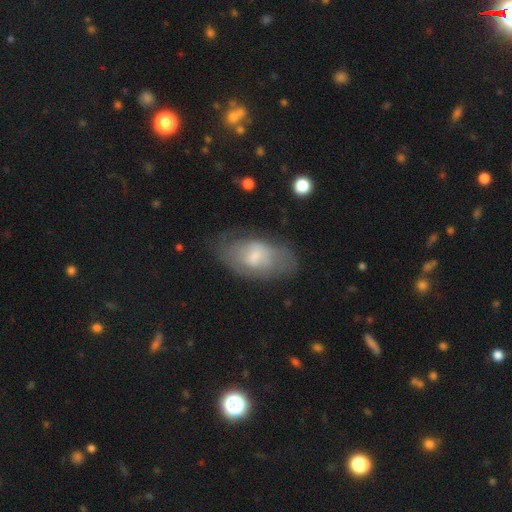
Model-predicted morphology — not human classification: The model was most divided on "smooth or featured": smooth: 47%, featured or disk: 46%, star or artifact: 7%. More confident: merging — none (61%).